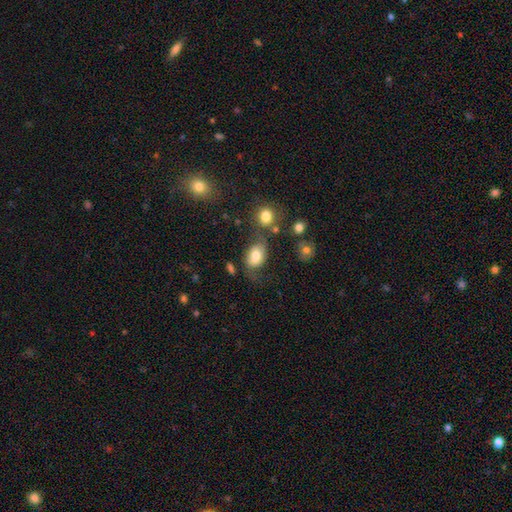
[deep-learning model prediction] The model was most divided on "merging": none: 48%, minor disturbance: 26%, major disturbance: 15%, merger: 11%. More confident: how rounded — in between (80%); smooth or featured — smooth (73%).